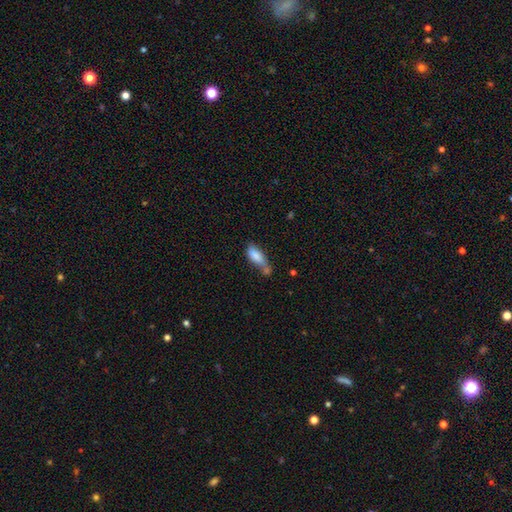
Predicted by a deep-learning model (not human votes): The model was most divided on "merging": merger: 34%, none: 31%, minor disturbance: 24%, major disturbance: 11%. More confident: smooth or featured — smooth (80%); how rounded — in between (69%).